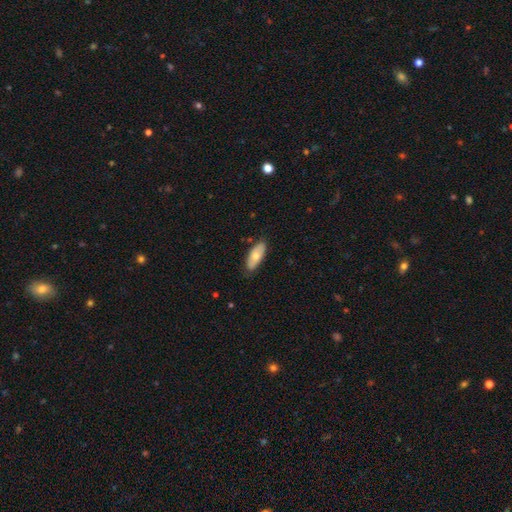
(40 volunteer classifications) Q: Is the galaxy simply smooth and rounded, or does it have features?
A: smooth — 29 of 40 (72%).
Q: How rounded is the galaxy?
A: in between — 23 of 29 (79%).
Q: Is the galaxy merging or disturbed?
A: none — 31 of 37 (84%).